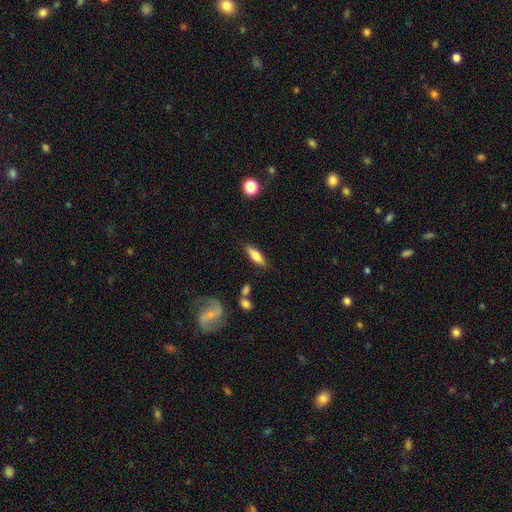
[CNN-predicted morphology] This appears to be a smooth galaxy with no disk features (70%) that is in between round and cigar-shaped (53%). Merging: none (81%).